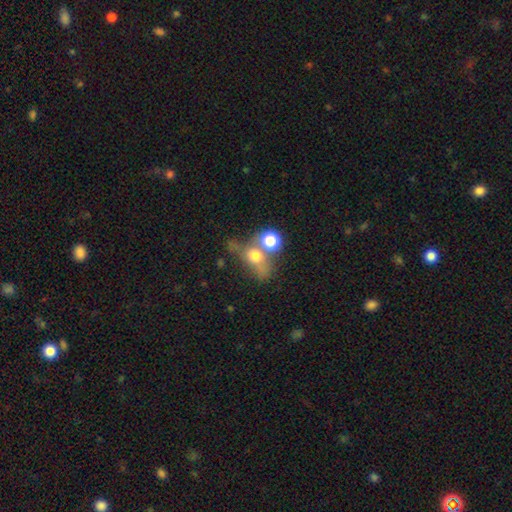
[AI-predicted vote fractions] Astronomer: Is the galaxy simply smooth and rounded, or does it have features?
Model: smooth — 60%.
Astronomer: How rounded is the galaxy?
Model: round — 52% (runner-up: in between, 43%).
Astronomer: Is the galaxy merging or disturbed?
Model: merger — 48% (runner-up: none, 27%).